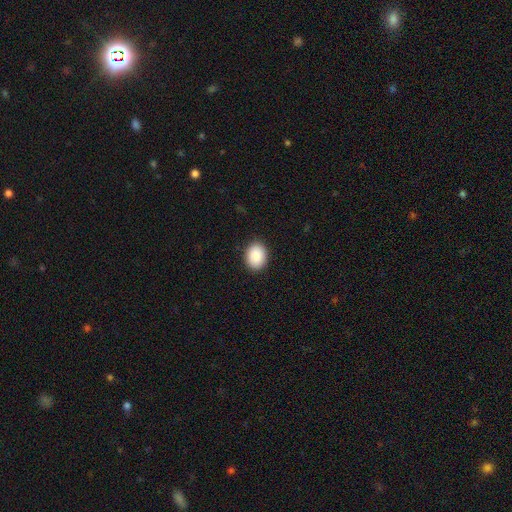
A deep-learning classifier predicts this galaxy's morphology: This is clearly a smooth galaxy (89%). How rounded: likely in between (64%). Merging: clearly none (90%).